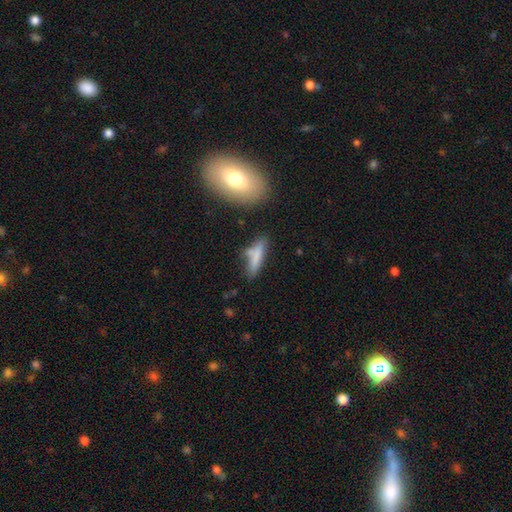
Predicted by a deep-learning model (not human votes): This is likely a smooth galaxy (74%). How rounded: likely cigar-shaped (75%). Merging: possibly none (60%).